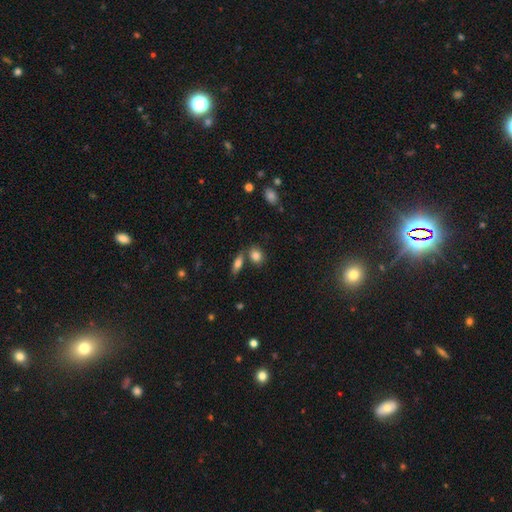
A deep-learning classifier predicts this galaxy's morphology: A smooth galaxy with no disk features (82%) that is in between round and cigar-shaped (53%). Merging: none (64%).